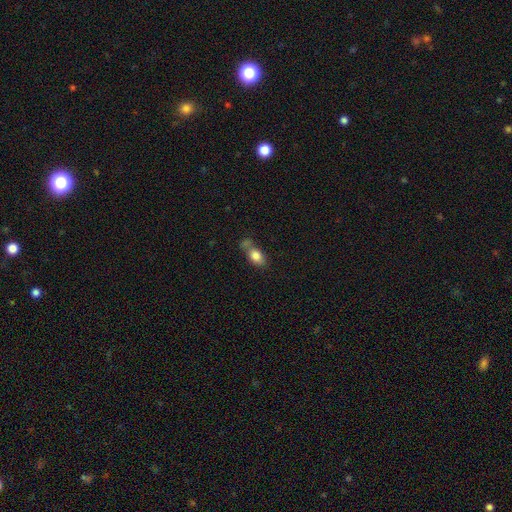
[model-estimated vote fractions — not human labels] smooth_or_featured: smooth (p=0.80) [alt: featured or disk p=0.12]
how_rounded: in between (p=0.82) [alt: round p=0.14]
merging: none (p=0.42) [alt: merger p=0.29]